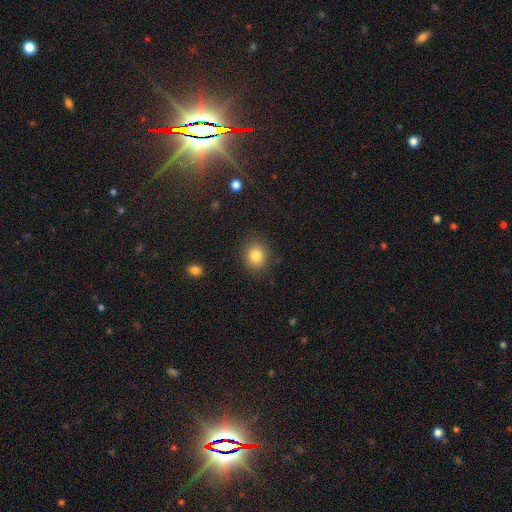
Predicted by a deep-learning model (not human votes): Smooth or featured? smooth (82%)
How rounded? round (67%)
Merging? none (86%)